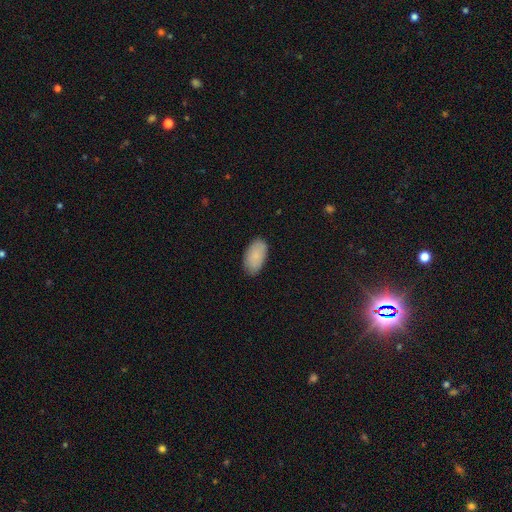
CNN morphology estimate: Overall: smooth (87%). How rounded: in between (95%). Merging: none (82%).